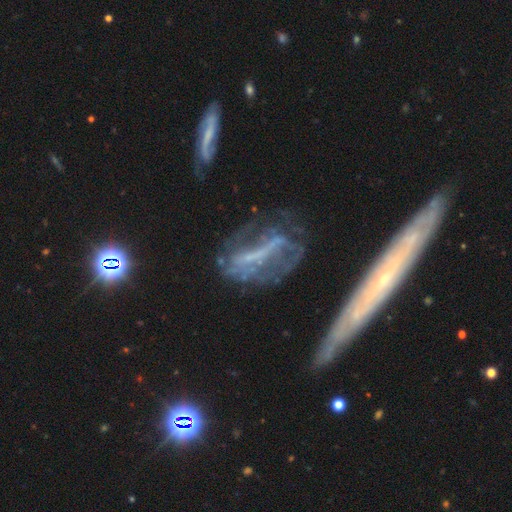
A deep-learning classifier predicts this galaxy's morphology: Q: Smooth or featured?
A: featured or disk (65%); runner-up: smooth (20%)
Q: Edge-on disk?
A: no (76%); runner-up: yes (24%)
Q: Merging?
A: none (51%); runner-up: major disturbance (23%)